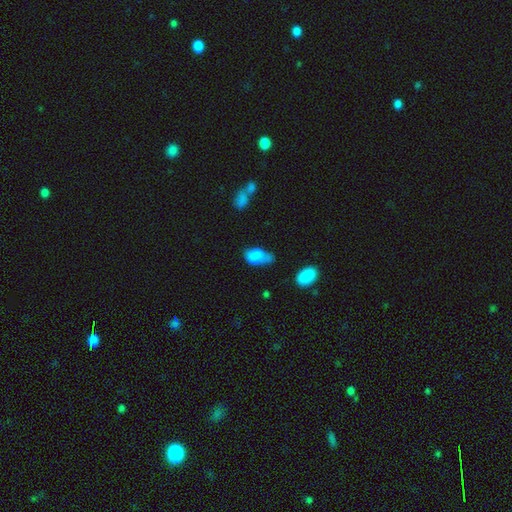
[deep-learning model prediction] Smooth or featured: smooth — 79% (featured or disk — 12%)
How rounded: in between — 87% (round — 11%)
Merging: minor disturbance — 36% (none — 31%)